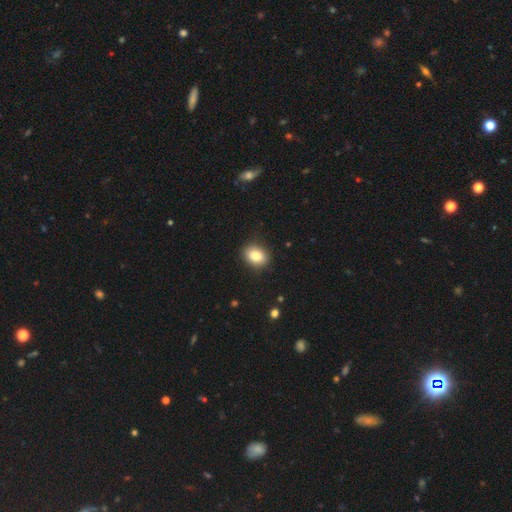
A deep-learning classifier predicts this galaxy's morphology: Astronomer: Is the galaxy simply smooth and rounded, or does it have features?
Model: smooth — 84%.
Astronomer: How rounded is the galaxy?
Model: in between — 67%.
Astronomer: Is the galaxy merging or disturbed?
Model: none — 87%.